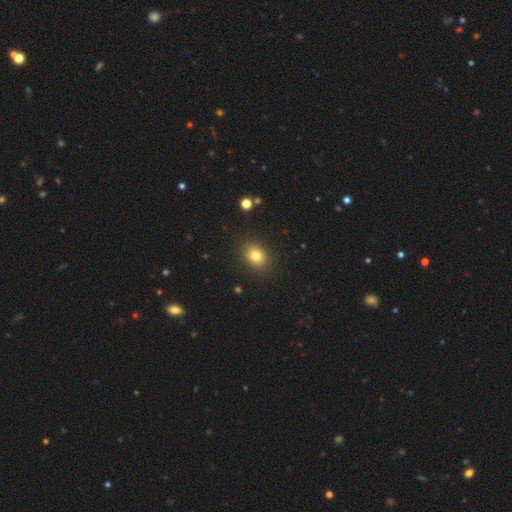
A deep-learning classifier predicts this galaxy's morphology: A smooth galaxy with no disk features (80%) that is in between round and cigar-shaped (58%).

Vote fractions:
- Smooth or featured? smooth: 80% / star or artifact: 11% / featured or disk: 9%
- How rounded? in between: 58% / round: 41% / cigar-shaped: 1%
- Merging? none: 88% / minor disturbance: 8% / major disturbance: 3% / merger: 1%